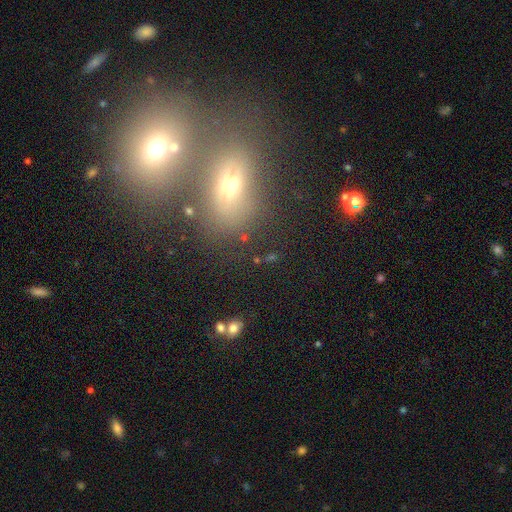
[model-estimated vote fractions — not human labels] smooth 52%, star or artifact 29%, featured or disk 19%. Down the decision tree: how rounded — in between (58%); merging — none (46%).